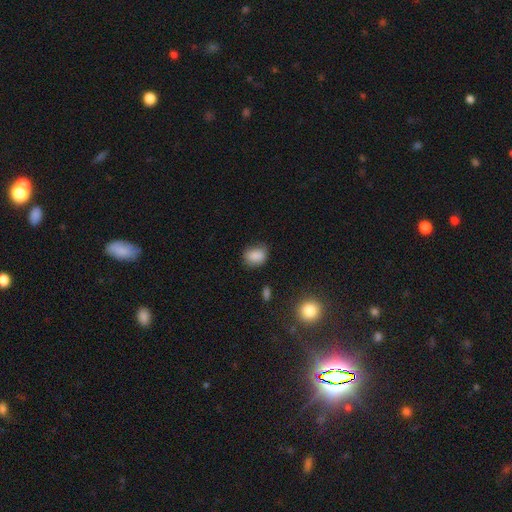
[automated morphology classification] smooth 87%, star or artifact 9%, featured or disk 4%. Down the decision tree: how rounded — in between (63%); merging — none (70%).